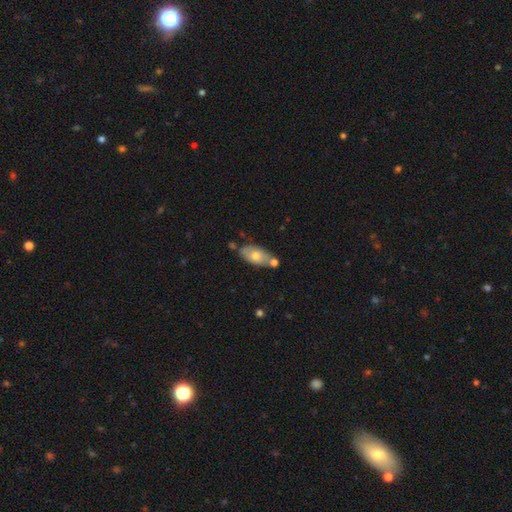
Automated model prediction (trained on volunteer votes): A smooth galaxy with no disk features (63%) that is in between round and cigar-shaped (90%).

Vote fractions:
- Smooth or featured? smooth: 63% / featured or disk: 30% / star or artifact: 7%
- How rounded? in between: 90% / cigar-shaped: 5% / round: 5%
- Merging? none: 57% / merger: 20% / minor disturbance: 18% / major disturbance: 5%